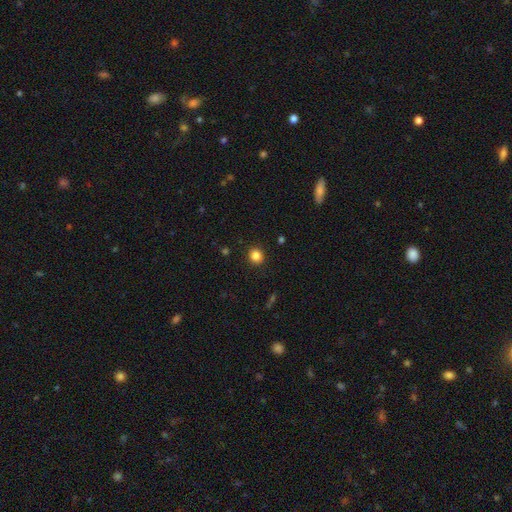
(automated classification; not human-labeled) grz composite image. It shows a smooth galaxy with no disk features (84%) that is round (90%). Merging: none (92%).